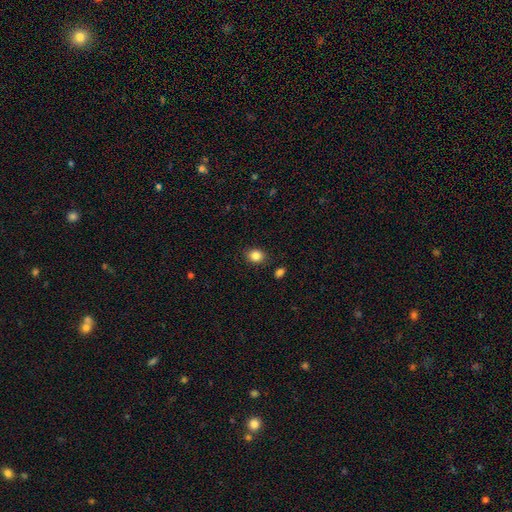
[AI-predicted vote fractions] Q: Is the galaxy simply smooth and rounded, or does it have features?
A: smooth — 85%.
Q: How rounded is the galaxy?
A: round — 57%.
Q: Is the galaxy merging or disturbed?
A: none — 87%.